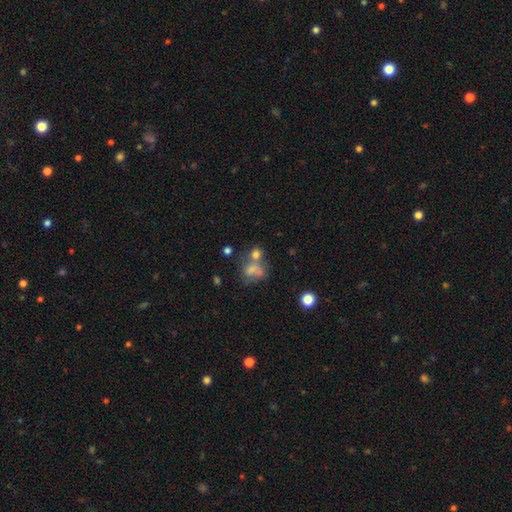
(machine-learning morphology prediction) This appears to be a smooth galaxy with no disk features (58%) that is round (60%). Merging: merger (40%).